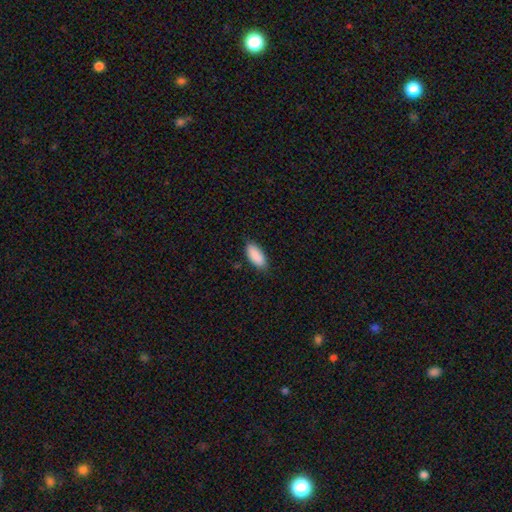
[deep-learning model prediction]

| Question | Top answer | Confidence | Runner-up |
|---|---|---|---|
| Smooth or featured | smooth | 90% | star or artifact (6%) |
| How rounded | in between | 85% | cigar-shaped (13%) |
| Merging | none | 83% | minor disturbance (14%) |